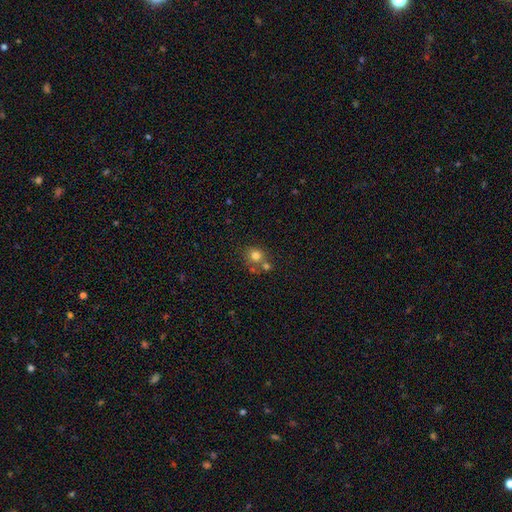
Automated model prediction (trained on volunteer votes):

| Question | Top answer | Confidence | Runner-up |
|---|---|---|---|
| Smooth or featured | smooth | 77% | star or artifact (13%) |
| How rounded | round | 84% | in between (15%) |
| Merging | none | 57% | merger (30%) |